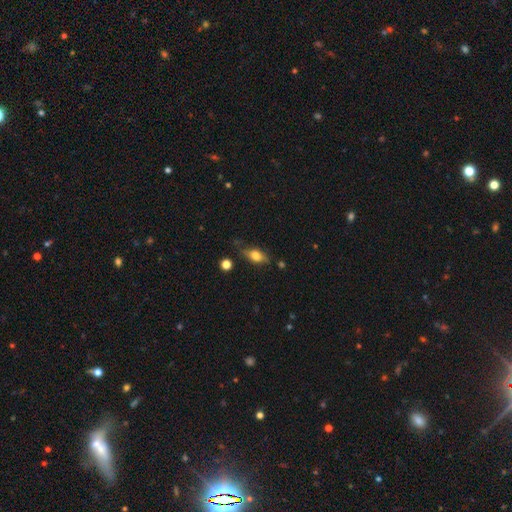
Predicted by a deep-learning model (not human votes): Overall: smooth (63%; featured or disk 28%). How rounded: in between (74%). Merging: none (69%).